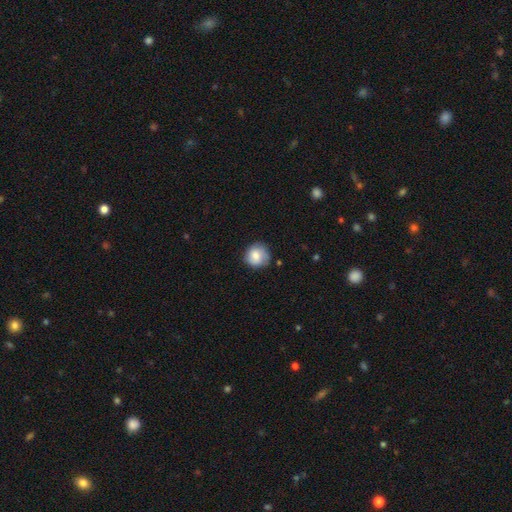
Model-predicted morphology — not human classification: The model was most divided on "merging": none: 70%, minor disturbance: 23%, major disturbance: 5%, merger: 2%. More confident: how rounded — round (89%); smooth or featured — smooth (77%).